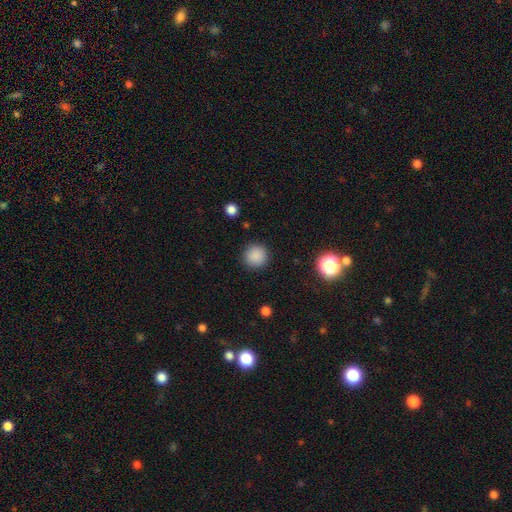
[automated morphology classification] The model was most divided on "smooth or featured": smooth: 87%, star or artifact: 10%, featured or disk: 3%. More confident: how rounded — round (94%); merging — none (90%).